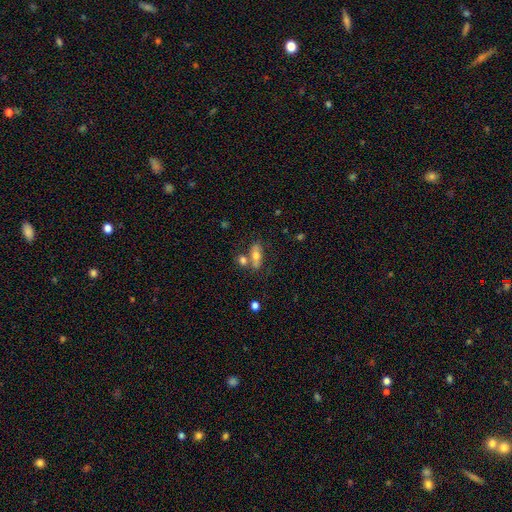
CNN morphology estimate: Smooth or featured?
  - smooth: 64% *
  - featured or disk: 27%
  - star or artifact: 8%
How rounded?
  - in between: 75% *
  - cigar-shaped: 19%
  - round: 6%
Merging?
  - none: 53% *
  - merger: 28%
  - minor disturbance: 13%
  - major disturbance: 6%